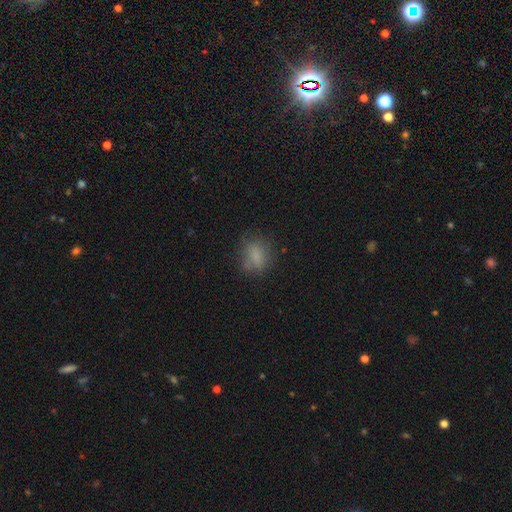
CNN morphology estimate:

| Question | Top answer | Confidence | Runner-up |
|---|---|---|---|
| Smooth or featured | smooth | 78% | star or artifact (12%) |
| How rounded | in between | 56% | round (41%) |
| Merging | none | 70% | minor disturbance (20%) |